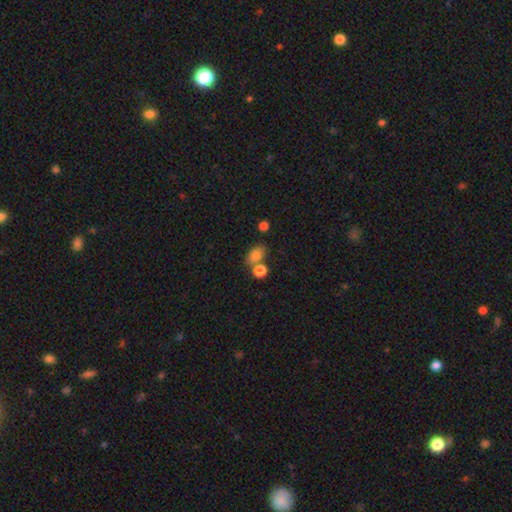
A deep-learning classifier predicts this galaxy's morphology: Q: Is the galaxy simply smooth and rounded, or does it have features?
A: smooth — 81%.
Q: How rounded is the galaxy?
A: in between — 72%.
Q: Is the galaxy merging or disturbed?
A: none — 55%.